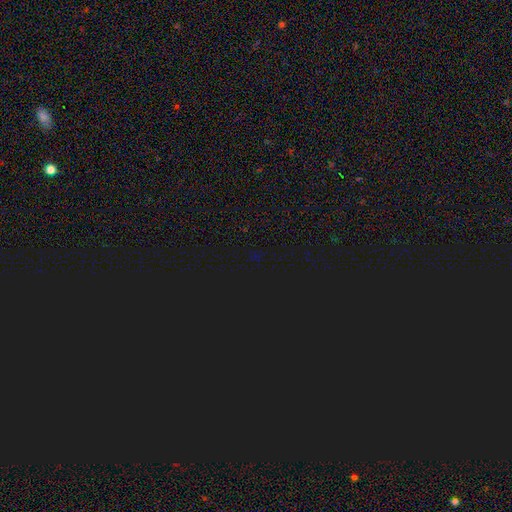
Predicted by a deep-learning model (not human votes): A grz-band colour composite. It shows a star or artifact, not a galaxy (81%).